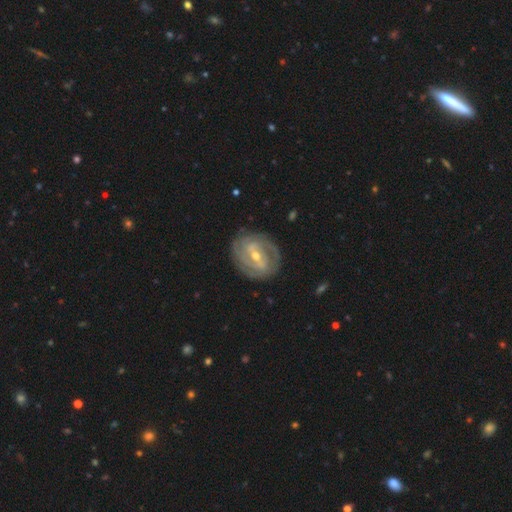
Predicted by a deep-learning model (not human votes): Smooth or featured? Predicted: featured or disk (p=0.86). Edge-on disk? Predicted: no (p=0.96). Bar? Predicted: strong (p=0.48). Spiral arms? Predicted: yes (p=0.92). Spiral winding? Predicted: tight (p=0.64). Spiral arm count? Predicted: 2 (p=0.51). Bulge size? Predicted: small (p=0.50). Merging? Predicted: none (p=0.80).